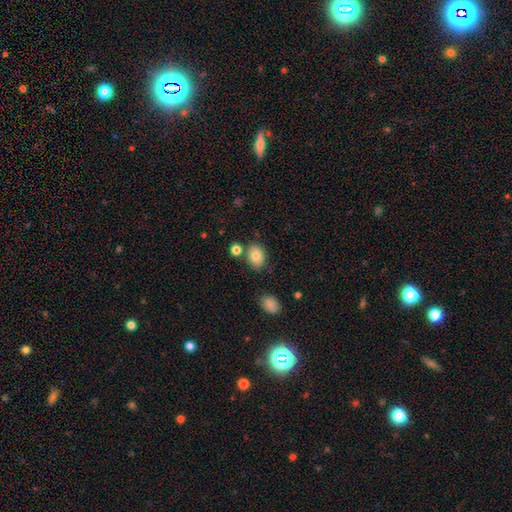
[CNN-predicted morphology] Smooth or featured?
  - smooth: 82% *
  - star or artifact: 9%
  - featured or disk: 8%
How rounded?
  - in between: 68% *
  - round: 30%
  - cigar-shaped: 1%
Merging?
  - none: 74% *
  - minor disturbance: 13%
  - merger: 10%
  - major disturbance: 3%